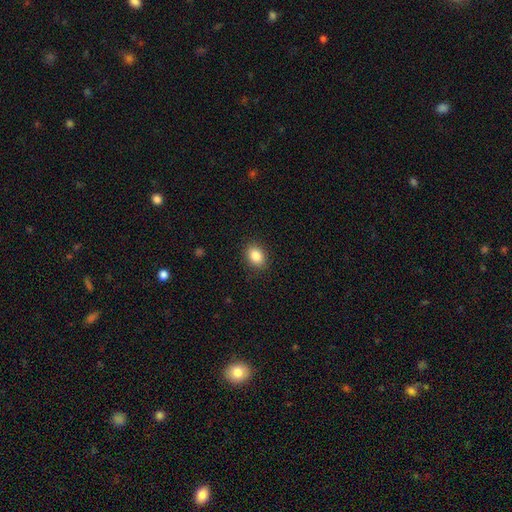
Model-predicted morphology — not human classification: Smooth or featured? smooth (86%)
How rounded? in between (71%)
Merging? none (88%)